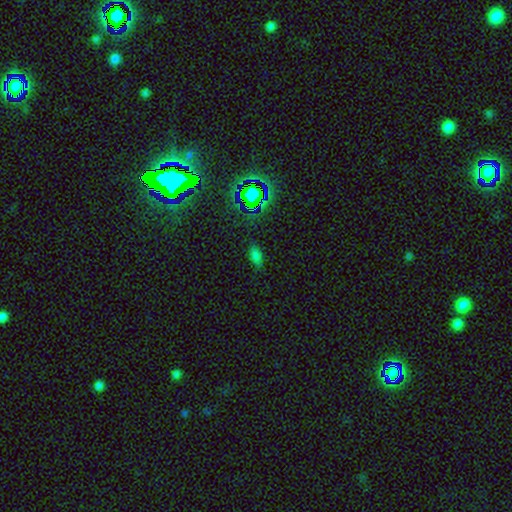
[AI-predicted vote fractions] This appears to be a smooth galaxy with no disk features (67%) that is in between round and cigar-shaped (85%). Merging: none (82%).